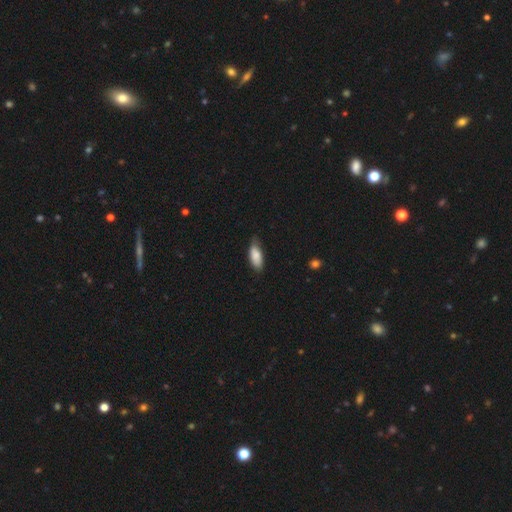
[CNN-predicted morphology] Q: Smooth or featured?
A: smooth (84%); runner-up: featured or disk (10%)
Q: How rounded?
A: in between (80%); runner-up: cigar-shaped (18%)
Q: Merging?
A: none (63%); runner-up: minor disturbance (31%)